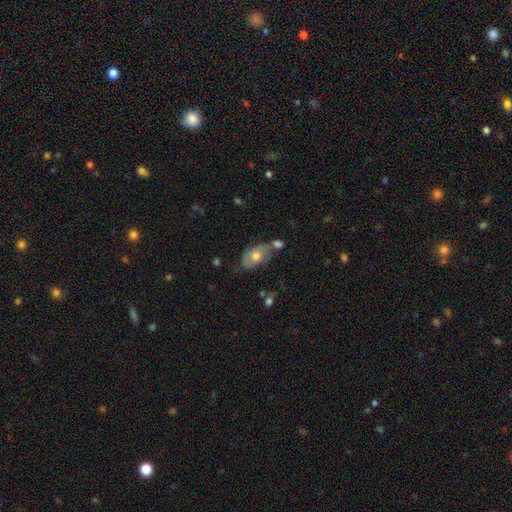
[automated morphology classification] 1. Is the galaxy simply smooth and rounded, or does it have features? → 47% smooth, 45% featured or disk, 8% star or artifact.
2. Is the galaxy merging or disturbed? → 48% none, 25% minor disturbance, 16% merger, 11% major disturbance.